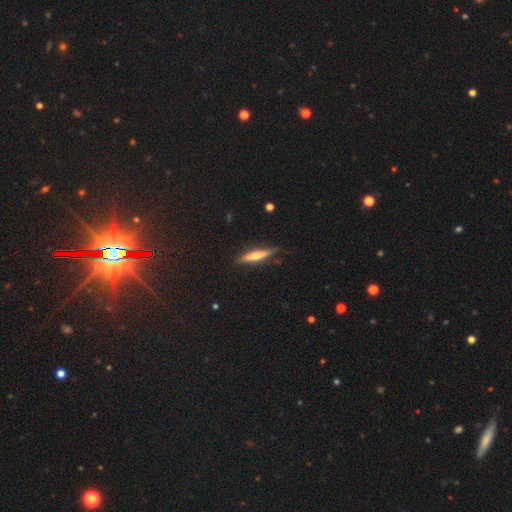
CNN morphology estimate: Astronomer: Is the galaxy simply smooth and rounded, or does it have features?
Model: featured or disk — 57% (runner-up: smooth, 36%).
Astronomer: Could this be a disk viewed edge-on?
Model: yes — 94%.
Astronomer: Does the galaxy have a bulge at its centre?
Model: rounded — 84%.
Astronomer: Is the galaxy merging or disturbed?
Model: none — 81%.